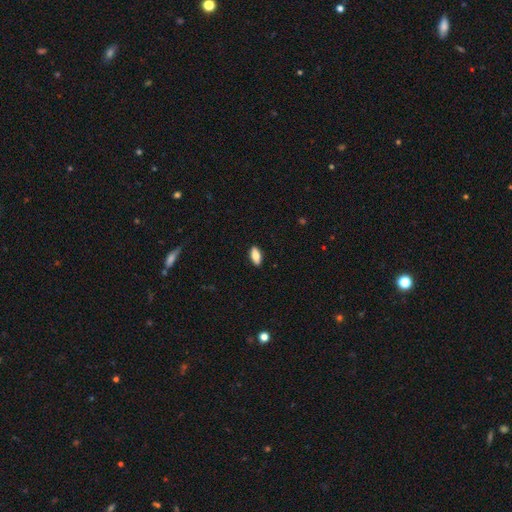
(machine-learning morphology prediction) smooth 79%, featured or disk 14%, star or artifact 7%. Down the decision tree: how rounded — in between (85%); merging — none (90%).